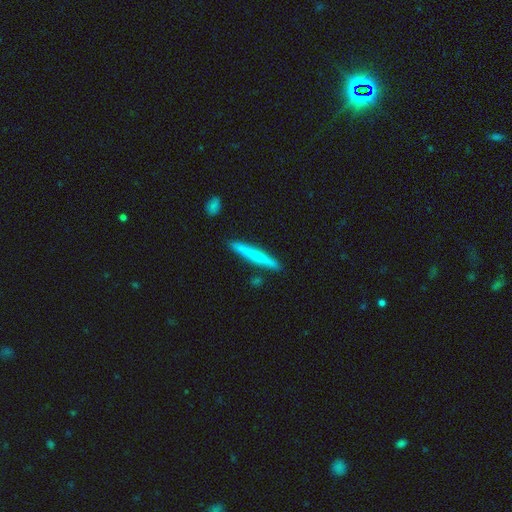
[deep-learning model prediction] Smooth or featured?
  - smooth: 62% *
  - featured or disk: 33%
  - star or artifact: 5%
How rounded?
  - cigar-shaped: 96% *
  - in between: 3%
  - round: 1%
Merging?
  - none: 88% *
  - minor disturbance: 8%
  - merger: 2%
  - major disturbance: 2%